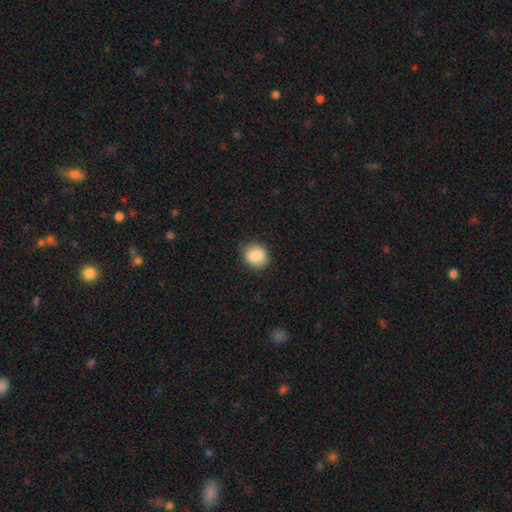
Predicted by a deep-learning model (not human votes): The model was most divided on "how rounded": round: 75%, in between: 24%, cigar-shaped: 1%. More confident: smooth or featured — smooth (87%); merging — none (84%).